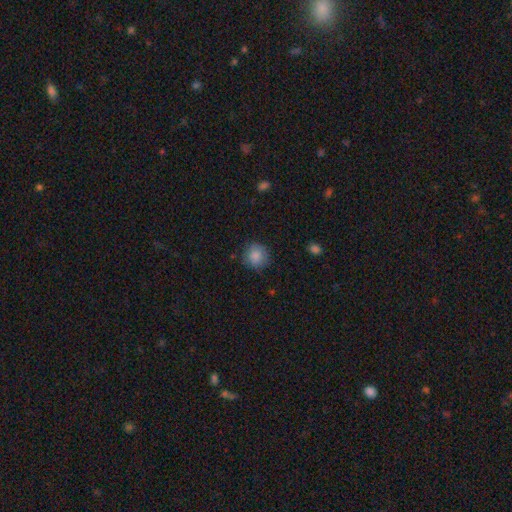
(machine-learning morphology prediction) This is clearly a smooth galaxy (86%). How rounded: clearly round (89%). Merging: clearly none (82%).